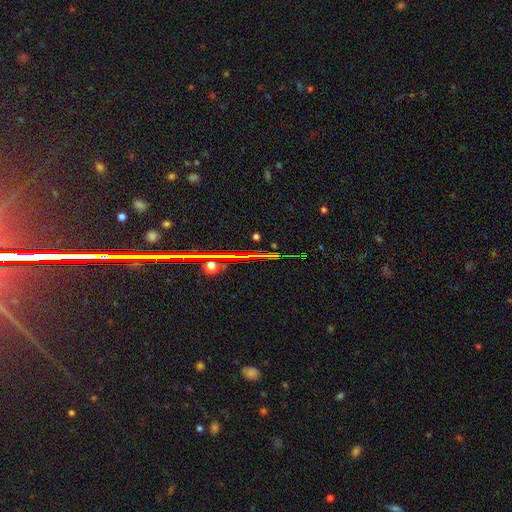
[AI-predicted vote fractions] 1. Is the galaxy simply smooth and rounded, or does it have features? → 80% star or artifact, 10% featured or disk, 9% smooth.